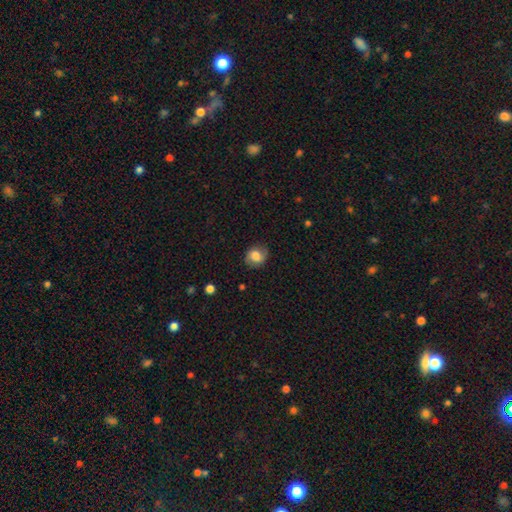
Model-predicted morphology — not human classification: smooth 68%, featured or disk 22%, star or artifact 9%. Down the decision tree: how rounded — round (69%); merging — none (79%).